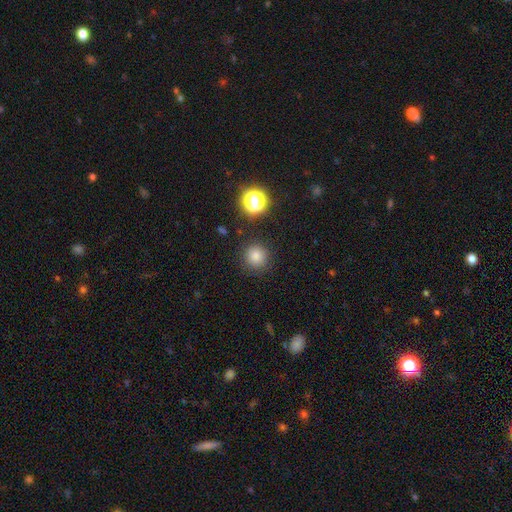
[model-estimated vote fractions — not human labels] Q: Smooth or featured?
A: smooth (80%); runner-up: star or artifact (15%)
Q: How rounded?
A: round (94%); runner-up: in between (5%)
Q: Merging?
A: none (88%); runner-up: minor disturbance (7%)